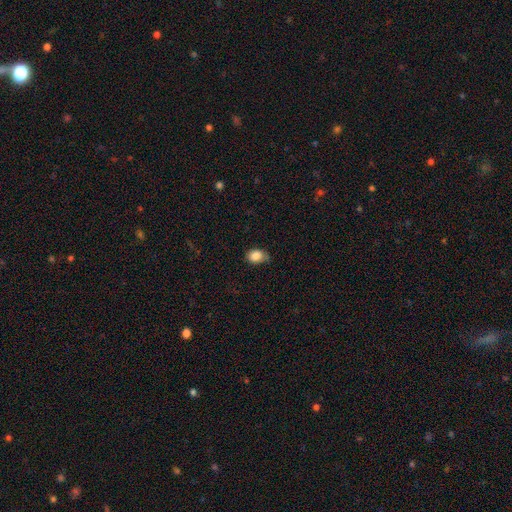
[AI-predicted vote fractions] A smooth galaxy with no disk features (86%) that is in between round and cigar-shaped (67%).

Vote fractions:
- Smooth or featured? smooth: 86% / star or artifact: 8% / featured or disk: 5%
- How rounded? in between: 67% / round: 32% / cigar-shaped: 1%
- Merging? none: 58% / minor disturbance: 33% / major disturbance: 6% / merger: 2%